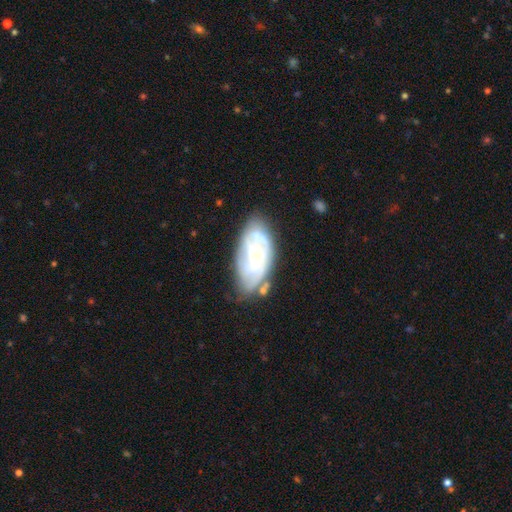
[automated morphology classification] Overall: featured or disk (68%). Edge-on disk: no (94%). Bar: no (63%; weak 30%). Spiral arms: yes (83%). Spiral arm count: can't tell (45%; 3 19%). Spiral winding: tight (58%; medium 32%). Bulge size: small (51%; moderate 32%). Merging: none (62%; minor disturbance 24%).